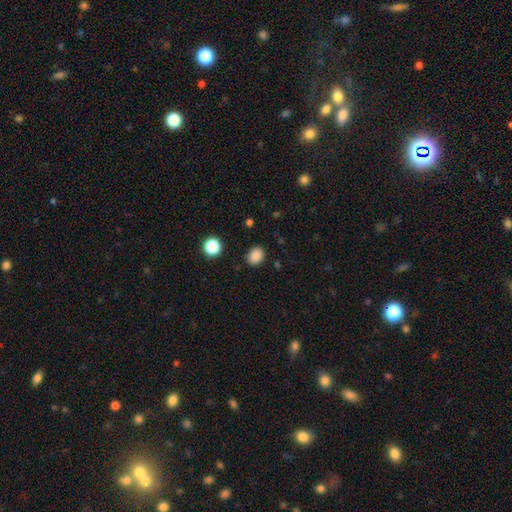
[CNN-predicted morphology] Smooth or featured? smooth (86%)
How rounded? round (56%)
Merging? none (87%)